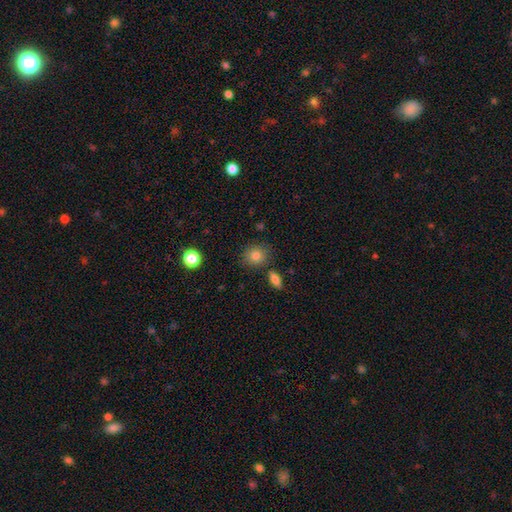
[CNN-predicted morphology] A smooth galaxy with no disk features (83%) that is round (76%).

Vote fractions:
- Smooth or featured? smooth: 83% / star or artifact: 10% / featured or disk: 8%
- How rounded? round: 76% / in between: 22% / cigar-shaped: 1%
- Merging? none: 80% / minor disturbance: 11% / merger: 6% / major disturbance: 3%